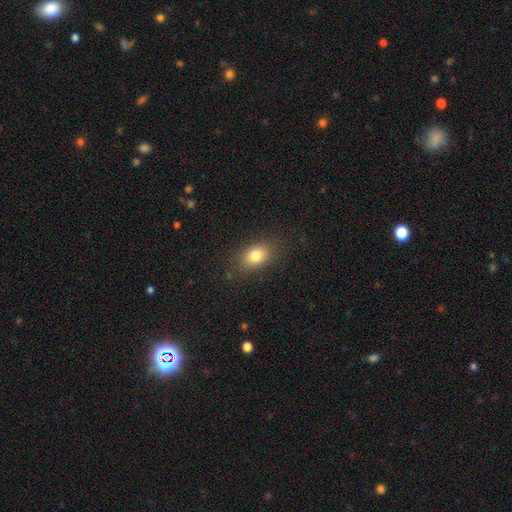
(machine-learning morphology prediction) smooth 80%, featured or disk 10%, star or artifact 10%. Down the decision tree: how rounded — in between (76%); merging — none (83%).